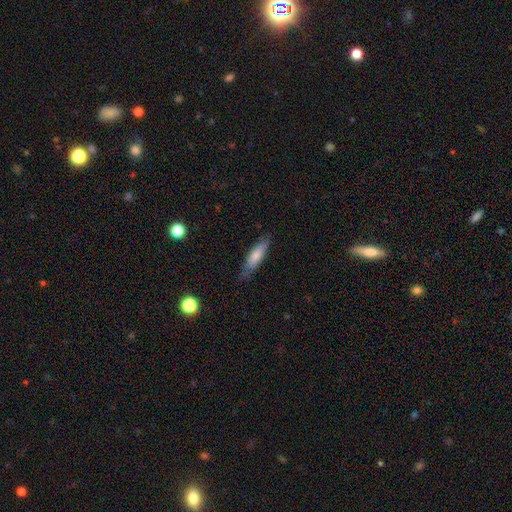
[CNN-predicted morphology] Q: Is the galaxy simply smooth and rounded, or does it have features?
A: smooth — 74%.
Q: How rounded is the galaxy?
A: cigar-shaped — 58%.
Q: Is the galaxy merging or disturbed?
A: none — 73%.